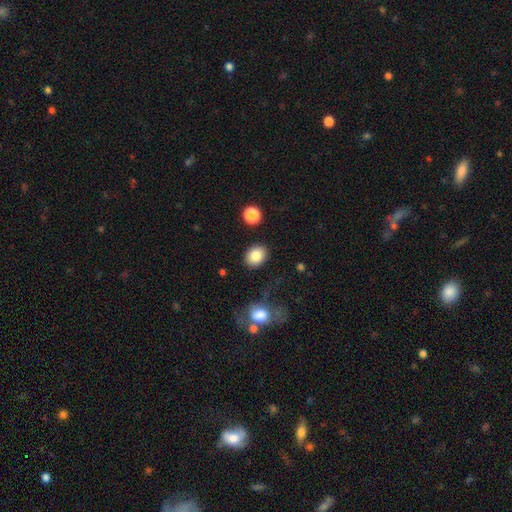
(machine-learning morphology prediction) A smooth galaxy with no disk features (85%) that is in between round and cigar-shaped (55%). Merging: none (85%).